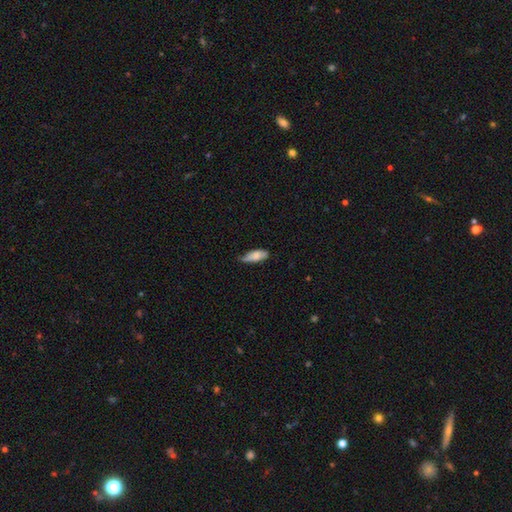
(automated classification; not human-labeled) This is likely a smooth galaxy (76%). How rounded: likely in between (73%). Merging: possibly none (53%).